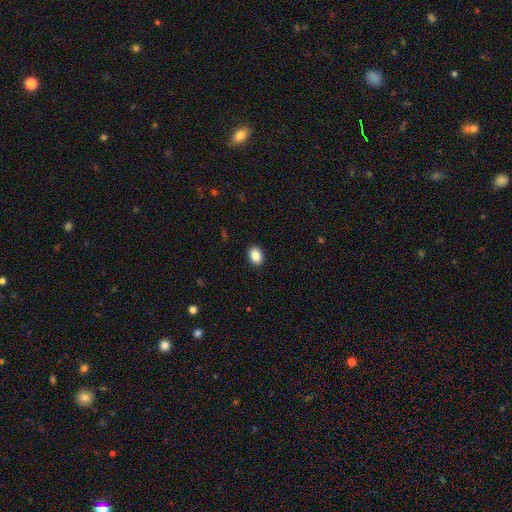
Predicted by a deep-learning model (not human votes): This appears to be a smooth galaxy with no disk features (88%) that is in between round and cigar-shaped (68%). Merging: none (91%).